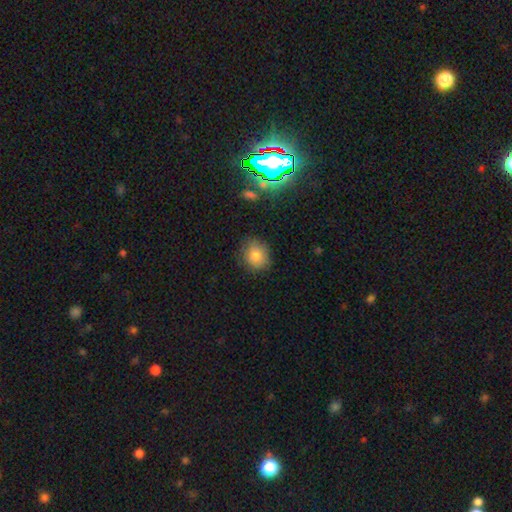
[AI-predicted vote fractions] A smooth galaxy with no disk features (81%) that is round (72%). Merging: none (80%).